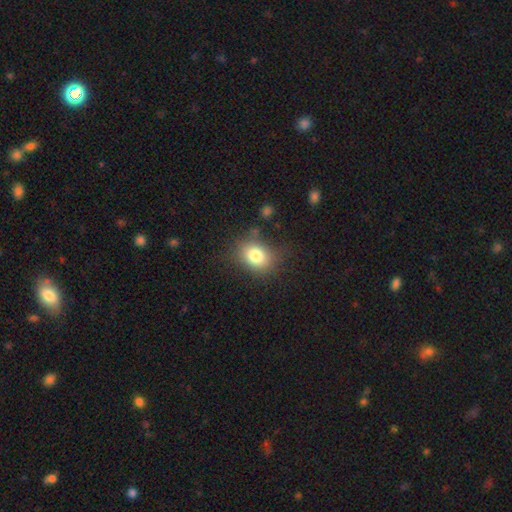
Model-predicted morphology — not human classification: Smooth or featured? Predicted: smooth (p=0.80). How rounded? Predicted: in between (p=0.54). Merging? Predicted: none (p=0.74).